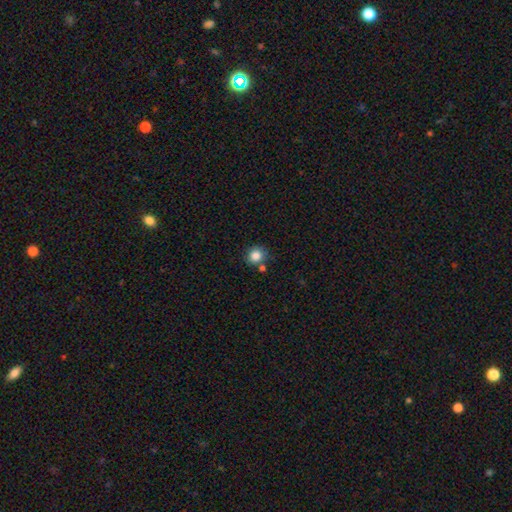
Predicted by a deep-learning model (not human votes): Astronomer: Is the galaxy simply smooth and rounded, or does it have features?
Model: smooth — 84%.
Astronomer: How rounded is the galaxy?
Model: round — 88%.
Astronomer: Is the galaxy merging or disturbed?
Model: none — 74%.